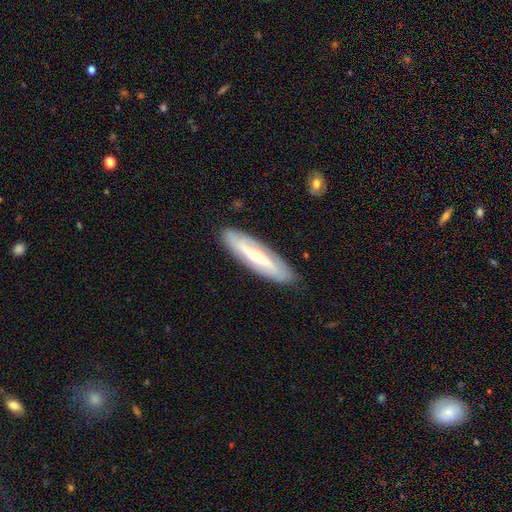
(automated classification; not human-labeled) Smooth or featured?
  - featured or disk: 53% *
  - smooth: 39%
  - star or artifact: 9%
Edge-on disk?
  - yes: 62% *
  - no: 38%
Merging?
  - none: 88% *
  - minor disturbance: 9%
  - major disturbance: 2%
  - merger: 1%